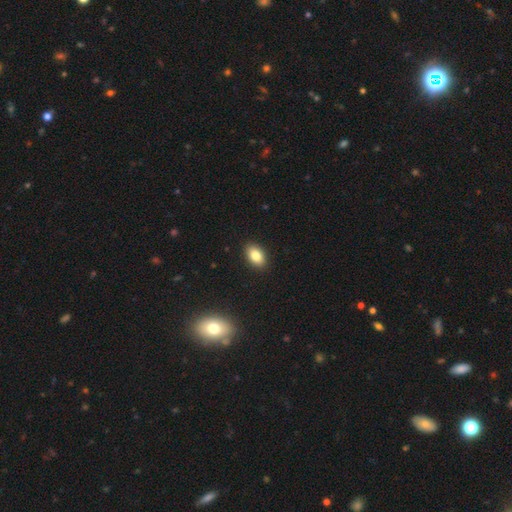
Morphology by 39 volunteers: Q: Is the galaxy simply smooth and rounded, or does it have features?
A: smooth — 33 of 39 (85%).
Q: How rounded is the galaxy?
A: in between — 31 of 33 (94%).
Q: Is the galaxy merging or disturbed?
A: none — 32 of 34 (94%).